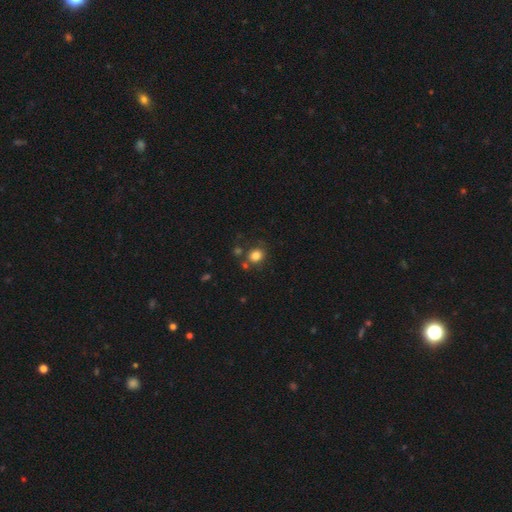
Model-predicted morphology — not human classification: The model was most divided on "how rounded": round: 75%, in between: 24%, cigar-shaped: 1%. More confident: smooth or featured — smooth (81%); merging — none (72%).